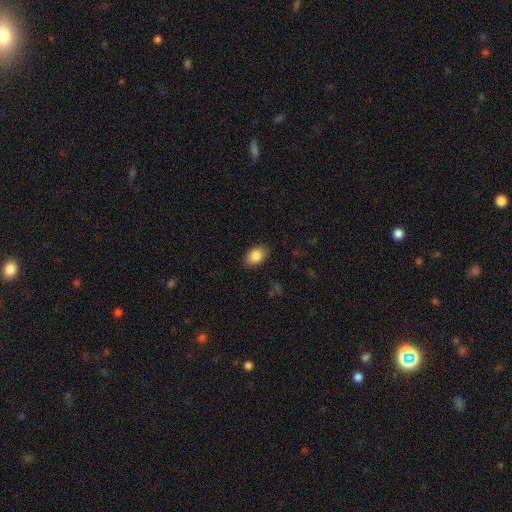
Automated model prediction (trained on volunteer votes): Smooth or featured: smooth — 85% (star or artifact — 8%)
How rounded: in between — 87% (round — 12%)
Merging: none — 87% (minor disturbance — 10%)